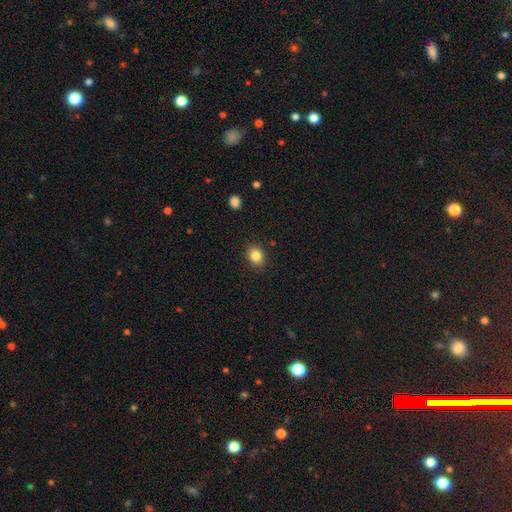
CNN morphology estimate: The model was most divided on "how rounded": round: 55%, in between: 44%, cigar-shaped: 1%. More confident: merging — none (89%); smooth or featured — smooth (84%).